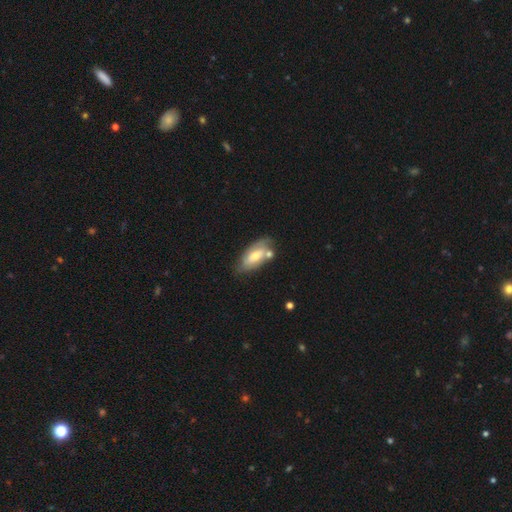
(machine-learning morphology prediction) Q: Smooth or featured?
A: featured or disk (47%); runner-up: smooth (46%)
Q: Merging?
A: none (58%); runner-up: minor disturbance (20%)